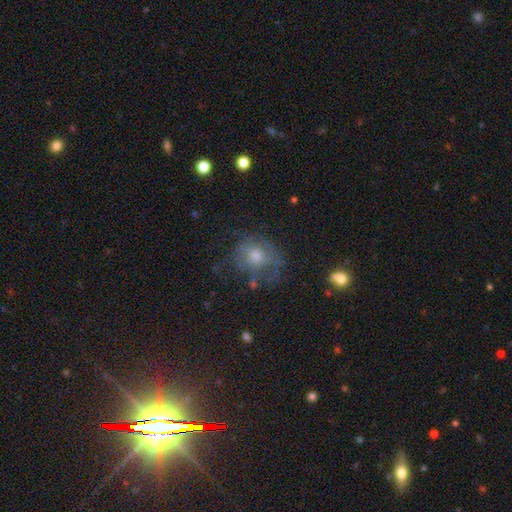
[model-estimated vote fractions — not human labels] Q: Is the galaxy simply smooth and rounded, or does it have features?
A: smooth — 43%.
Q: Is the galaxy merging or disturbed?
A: none — 50%.